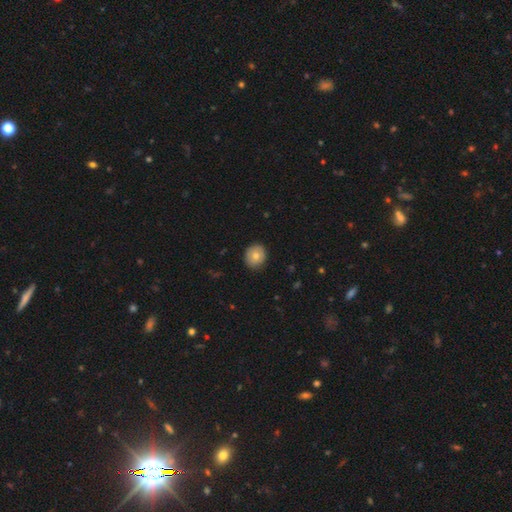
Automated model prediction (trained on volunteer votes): This appears to be a smooth galaxy with no disk features (76%) that is round (81%). Merging: none (87%).